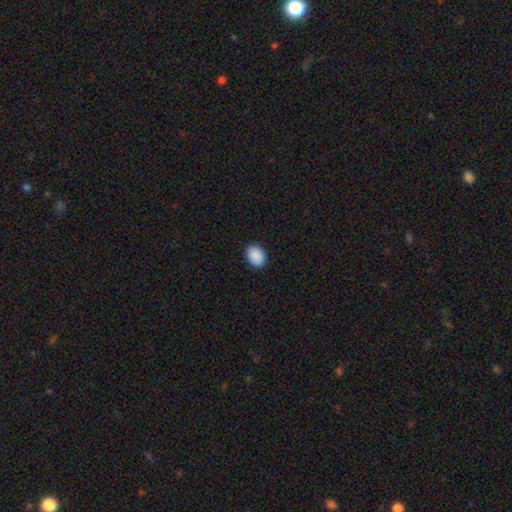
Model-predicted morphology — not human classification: Overall: smooth (91%). How rounded: in between (72%). Merging: none (89%).